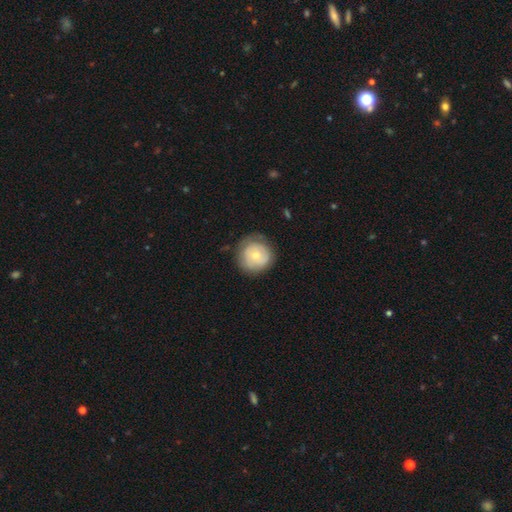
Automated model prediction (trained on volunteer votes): smooth-or-featured: smooth: 62% | featured or disk: 31% | star or artifact: 7%
  how-rounded: round: 92% | in between: 7% | cigar-shaped: 1%
  merging: none: 72% | minor disturbance: 20% | major disturbance: 6% | merger: 1%